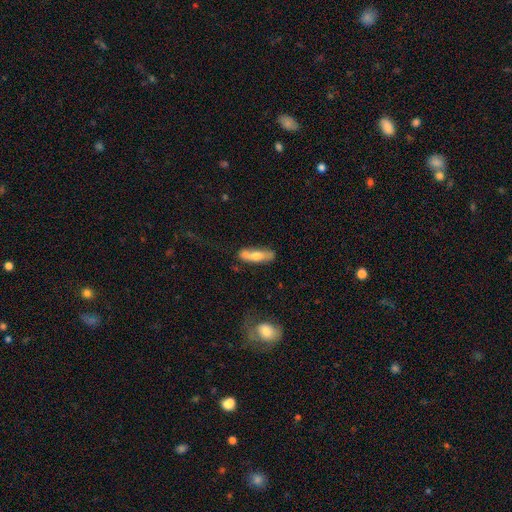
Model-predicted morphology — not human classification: A smooth galaxy with no disk features (61%) that is cigar-shaped (51%). Merging: none (46%).